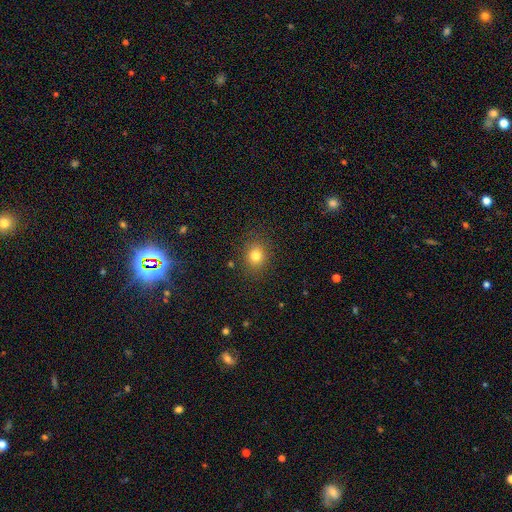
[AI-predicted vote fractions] Q: Smooth or featured?
A: smooth (80%); runner-up: star or artifact (13%)
Q: How rounded?
A: round (71%); runner-up: in between (28%)
Q: Merging?
A: none (86%); runner-up: minor disturbance (9%)